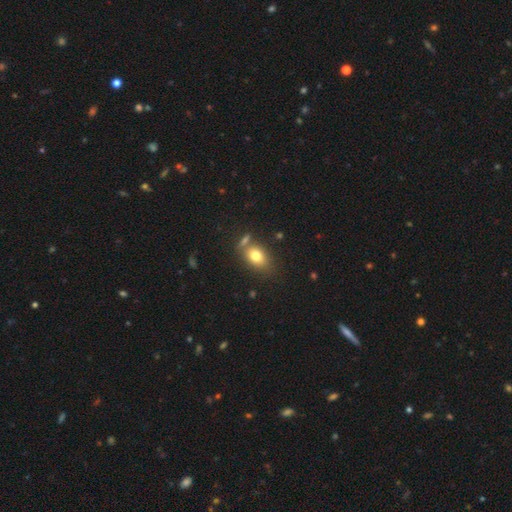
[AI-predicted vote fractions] This appears to be a smooth galaxy with no disk features (78%) that is in between round and cigar-shaped (76%). Merging: none (63%).